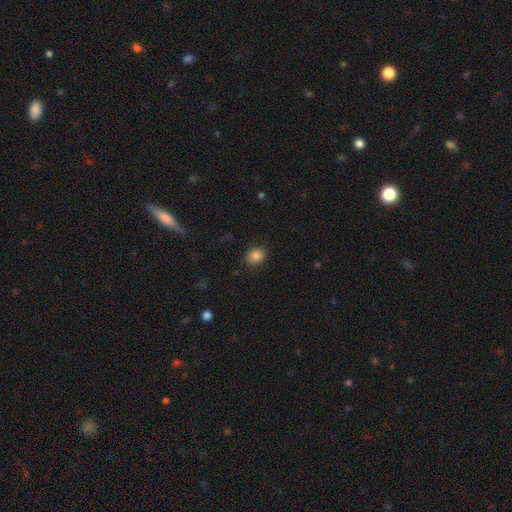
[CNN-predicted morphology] This appears to be a smooth galaxy with no disk features (84%) that is in between round and cigar-shaped (50%). Merging: none (88%).